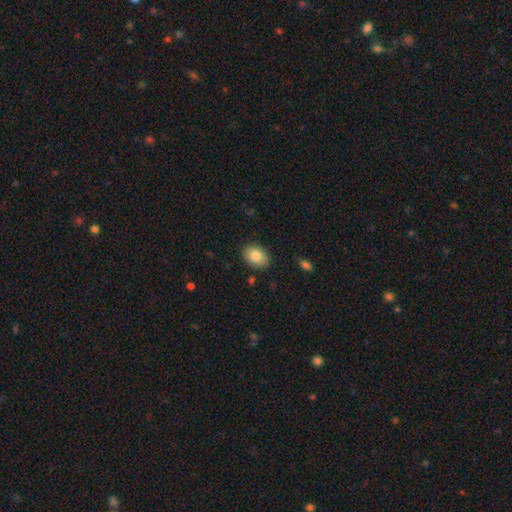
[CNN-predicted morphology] smooth-or-featured: smooth: 84% | featured or disk: 9% | star or artifact: 7%
  how-rounded: in between: 81% | round: 18% | cigar-shaped: 1%
  merging: none: 87% | minor disturbance: 10% | major disturbance: 2% | merger: 1%